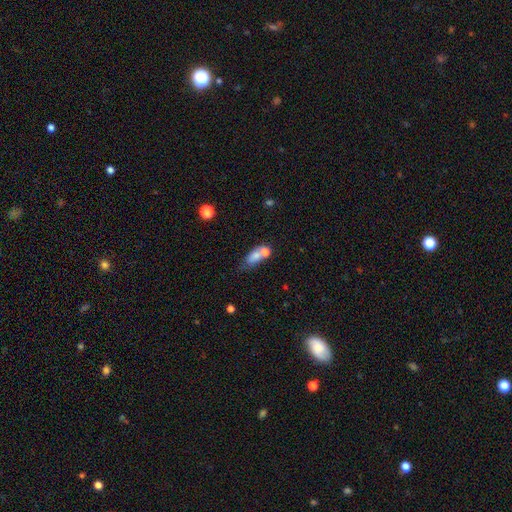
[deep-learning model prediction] smooth-or-featured: smooth: 70% | featured or disk: 20% | star or artifact: 10%
  how-rounded: in between: 74% | round: 14% | cigar-shaped: 12%
  merging: merger: 46% | none: 31% | minor disturbance: 14% | major disturbance: 9%